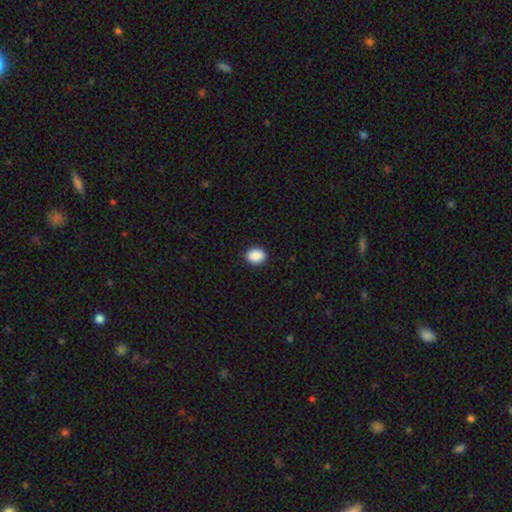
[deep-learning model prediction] This is clearly a smooth galaxy (90%). How rounded: possibly in between (50%). Merging: clearly none (91%).